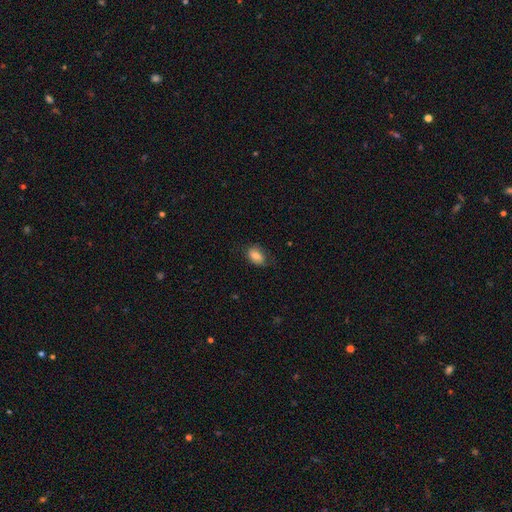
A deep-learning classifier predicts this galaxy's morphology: Overall: smooth (82%). How rounded: in between (85%). Merging: none (67%).